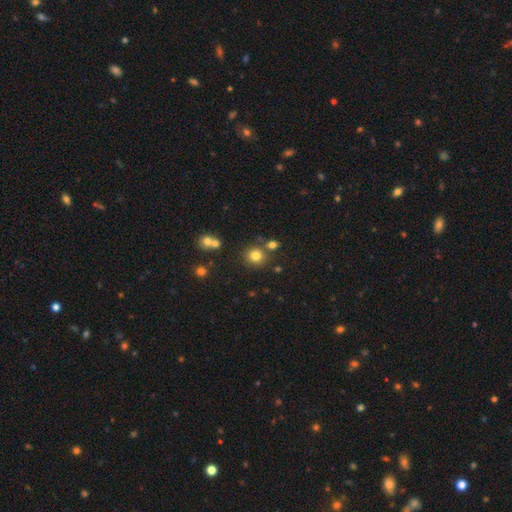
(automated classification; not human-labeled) A smooth galaxy with no disk features (78%) that is round (90%).

Vote fractions:
- Smooth or featured? smooth: 78% / star or artifact: 14% / featured or disk: 7%
- How rounded? round: 90% / in between: 9% / cigar-shaped: 1%
- Merging? none: 78% / merger: 10% / minor disturbance: 9% / major disturbance: 3%